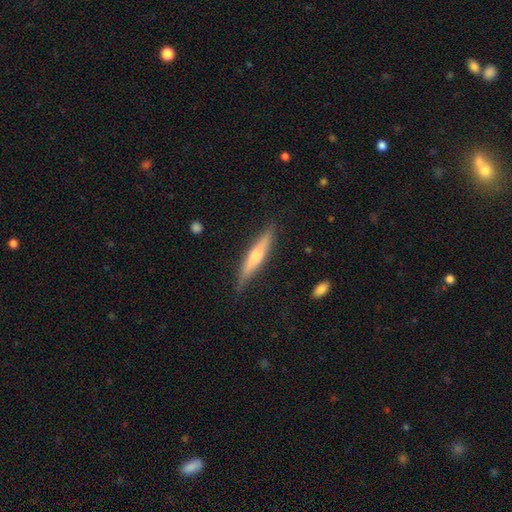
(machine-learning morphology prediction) Smooth or featured?
  - featured or disk: 51% *
  - smooth: 43%
  - star or artifact: 6%
Edge-on disk?
  - yes: 94% *
  - no: 6%
Merging?
  - none: 85% *
  - minor disturbance: 12%
  - major disturbance: 2%
  - merger: 1%